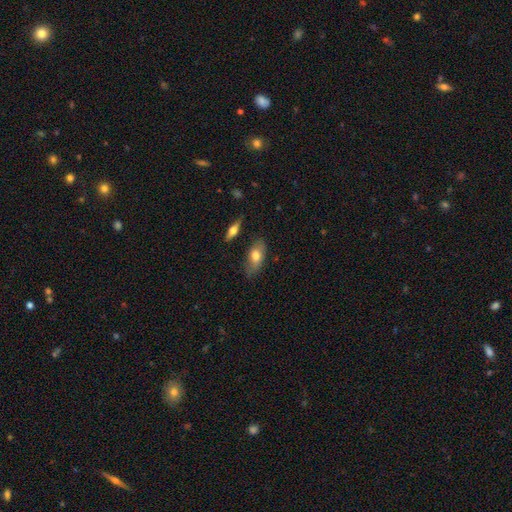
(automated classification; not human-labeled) Overall: smooth (70%). How rounded: in between (87%). Merging: none (74%).